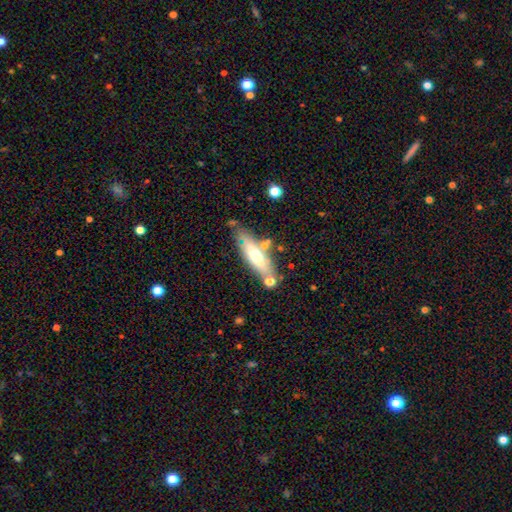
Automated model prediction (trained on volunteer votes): This is possibly a smooth galaxy (49%). Merging: likely none (69%).